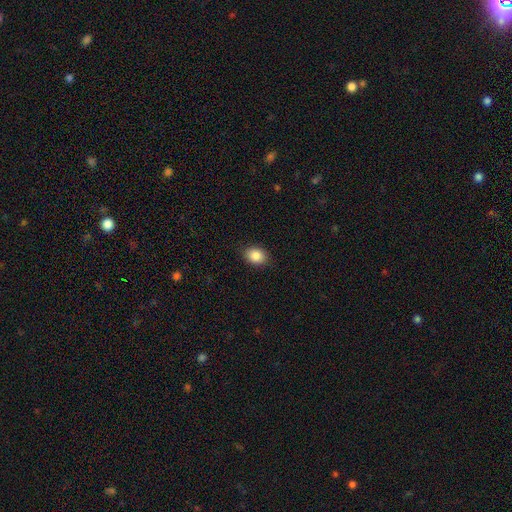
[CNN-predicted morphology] Q: Smooth or featured?
A: smooth (87%); runner-up: star or artifact (8%)
Q: How rounded?
A: in between (63%); runner-up: round (36%)
Q: Merging?
A: none (87%); runner-up: minor disturbance (10%)